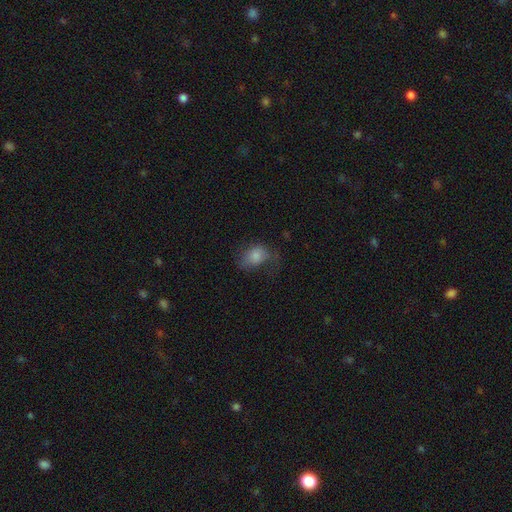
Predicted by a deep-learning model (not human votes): This appears to be a smooth galaxy with no disk features (74%) that is in between round and cigar-shaped (72%). Merging: none (39%).